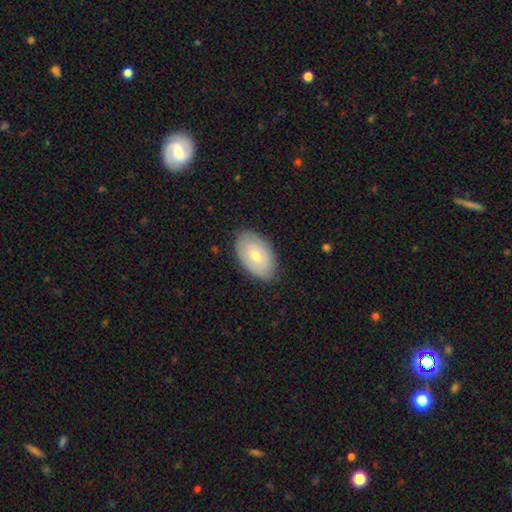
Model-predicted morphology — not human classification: Smooth or featured? smooth (66%)
How rounded? in between (93%)
Merging? none (85%)